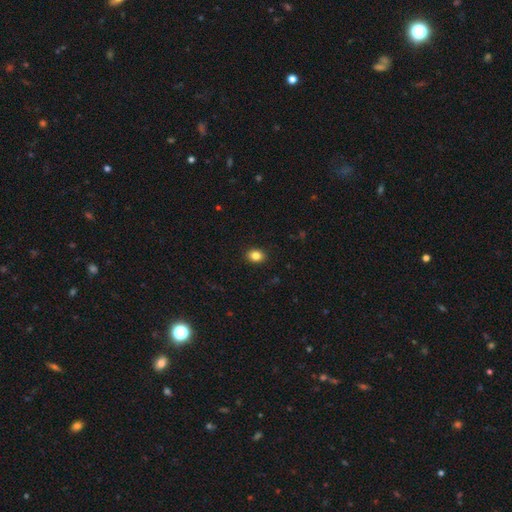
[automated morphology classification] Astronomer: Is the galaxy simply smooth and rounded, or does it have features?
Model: smooth — 85%.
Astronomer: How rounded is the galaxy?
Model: in between — 53% (runner-up: round, 46%).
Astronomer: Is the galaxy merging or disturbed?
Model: none — 91%.